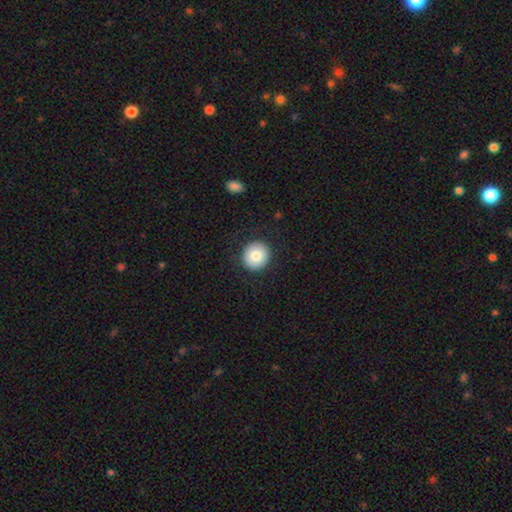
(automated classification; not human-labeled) smooth 82%, featured or disk 9%, star or artifact 8%. Down the decision tree: how rounded — round (91%); merging — none (91%).